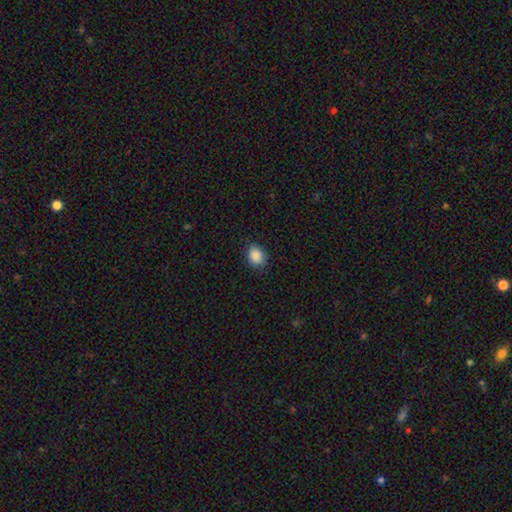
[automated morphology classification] Q: Smooth or featured?
A: smooth (88%); runner-up: star or artifact (9%)
Q: How rounded?
A: in between (54%); runner-up: round (45%)
Q: Merging?
A: none (83%); runner-up: minor disturbance (13%)